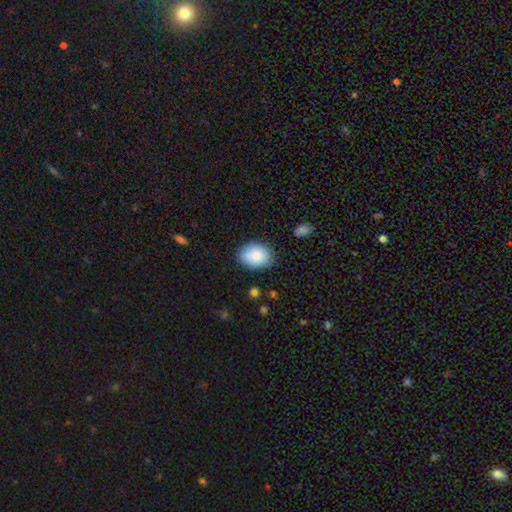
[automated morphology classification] Smooth or featured: smooth — 85% (featured or disk — 8%)
How rounded: in between — 75% (round — 24%)
Merging: none — 81% (minor disturbance — 15%)